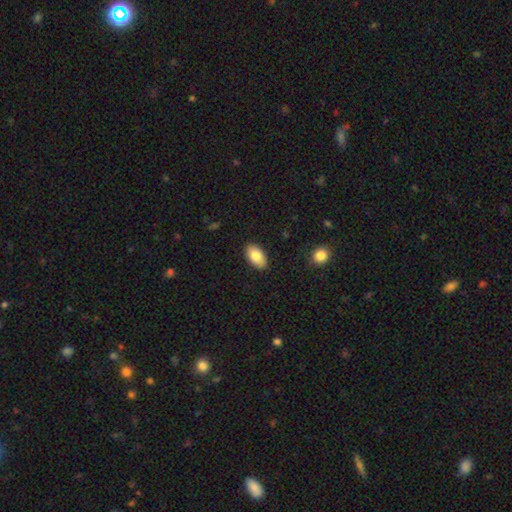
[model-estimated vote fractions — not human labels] smooth-or-featured: smooth: 82% | featured or disk: 12% | star or artifact: 7%
  how-rounded: in between: 94% | round: 4% | cigar-shaped: 2%
  merging: none: 88% | minor disturbance: 9% | major disturbance: 2% | merger: 1%